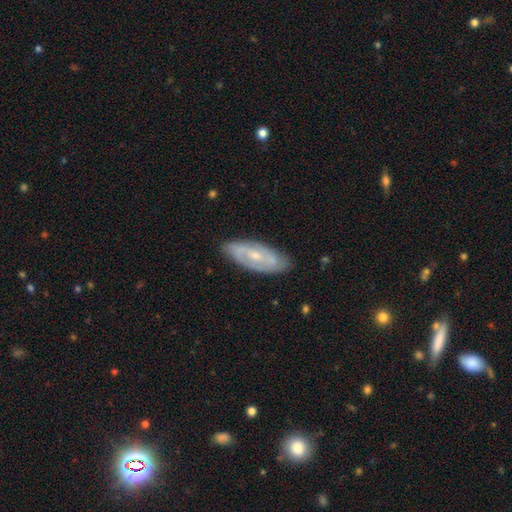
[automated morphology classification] smooth_or_featured: featured or disk (p=0.70) [alt: smooth p=0.23]
disk_edge_on: no (p=0.87) [alt: yes p=0.13]
bar: no (p=0.48) [alt: weak p=0.40]
has_spiral_arms: yes (p=0.79) [alt: no p=0.21]
bulge_size: small (p=0.59) [alt: moderate p=0.36]
merging: none (p=0.83) [alt: minor disturbance p=0.13]